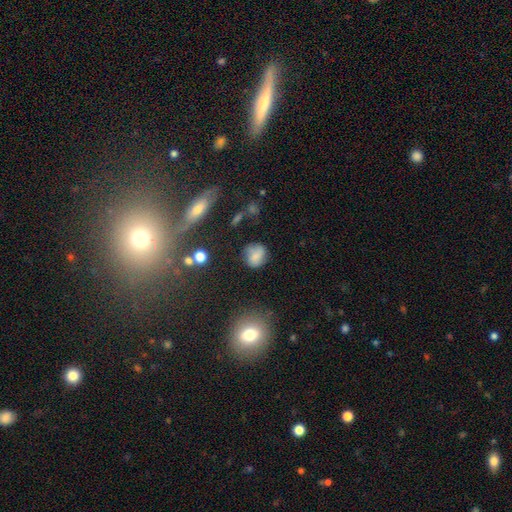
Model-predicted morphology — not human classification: smooth-or-featured: smooth: 73% | featured or disk: 15% | star or artifact: 12%
  how-rounded: round: 67% | in between: 32% | cigar-shaped: 2%
  merging: none: 67% | minor disturbance: 21% | major disturbance: 7% | merger: 4%